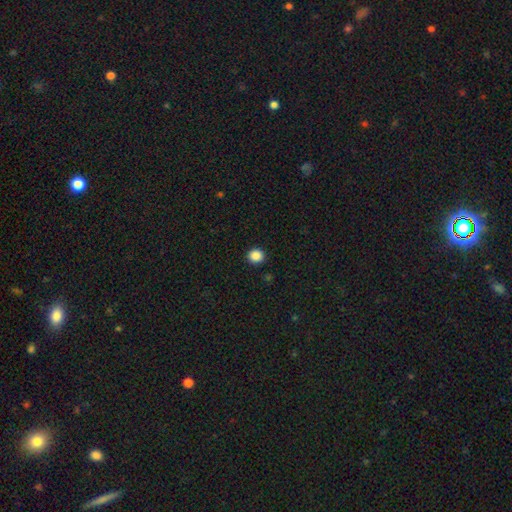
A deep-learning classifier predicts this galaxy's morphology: smooth 87%, star or artifact 10%, featured or disk 2%. Down the decision tree: how rounded — round (91%); merging — none (93%).